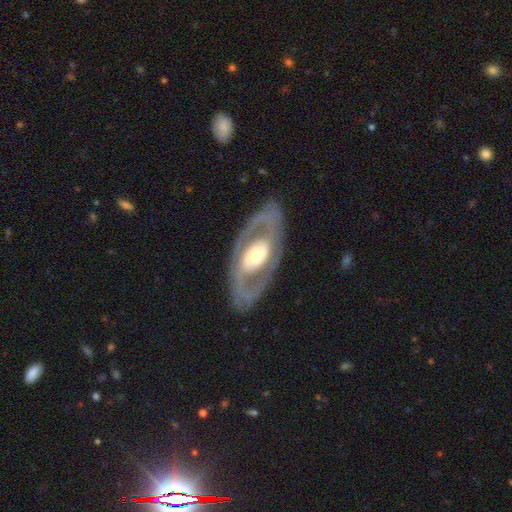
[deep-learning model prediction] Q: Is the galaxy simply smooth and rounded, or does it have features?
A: featured or disk — 79%.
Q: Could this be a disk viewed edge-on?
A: no — 91%.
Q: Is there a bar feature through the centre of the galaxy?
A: no — 60%.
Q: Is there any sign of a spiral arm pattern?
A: yes — 58%.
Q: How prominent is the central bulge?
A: moderate — 56%.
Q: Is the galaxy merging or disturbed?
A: none — 83%.